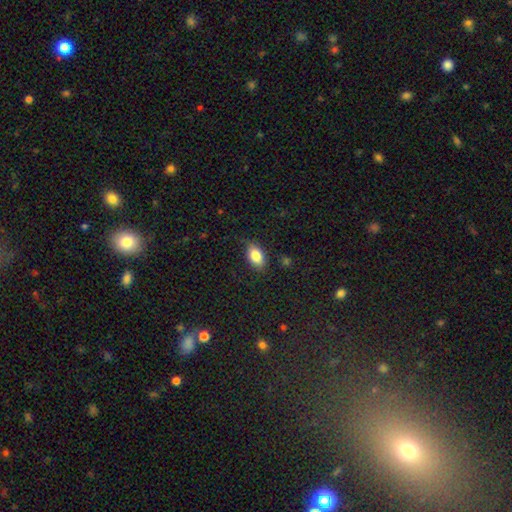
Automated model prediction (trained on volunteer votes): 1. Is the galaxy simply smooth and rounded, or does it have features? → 84% smooth, 8% featured or disk, 8% star or artifact.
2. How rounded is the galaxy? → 89% in between, 8% round, 3% cigar-shaped.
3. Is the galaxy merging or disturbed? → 78% none, 17% minor disturbance, 4% major disturbance, 1% merger.